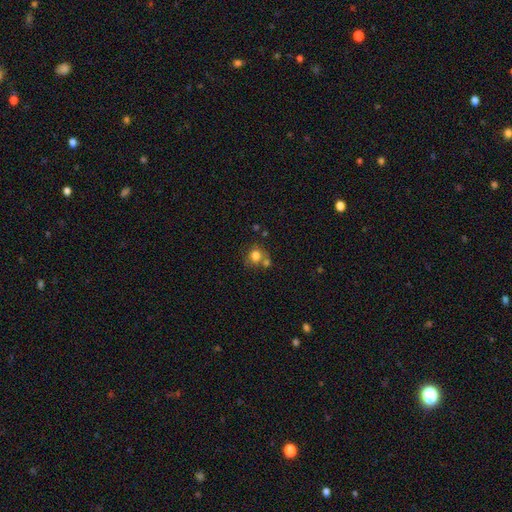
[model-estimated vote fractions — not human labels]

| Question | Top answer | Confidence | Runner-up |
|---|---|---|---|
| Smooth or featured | smooth | 78% | star or artifact (11%) |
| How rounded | round | 75% | in between (24%) |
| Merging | none | 53% | merger (29%) |